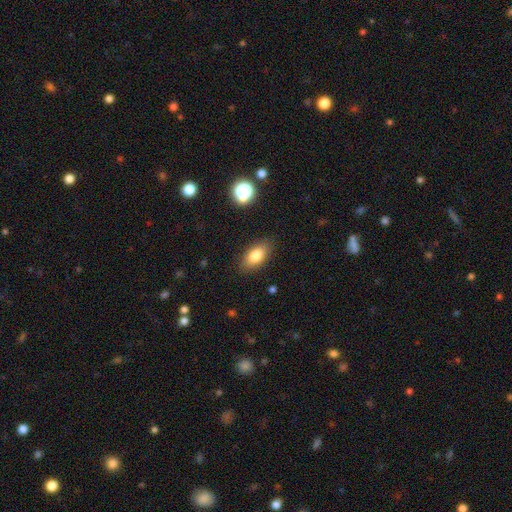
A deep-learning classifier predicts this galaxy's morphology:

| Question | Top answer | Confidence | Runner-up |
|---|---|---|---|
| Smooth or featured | smooth | 82% | featured or disk (10%) |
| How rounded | in between | 89% | cigar-shaped (6%) |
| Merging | none | 86% | minor disturbance (10%) |